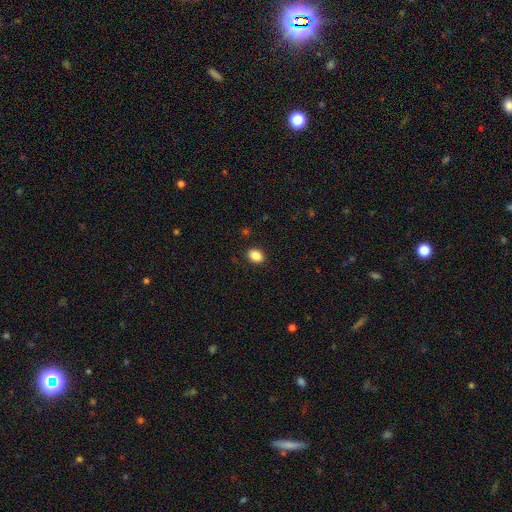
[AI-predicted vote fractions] This appears to be a smooth galaxy with no disk features (88%) that is in between round and cigar-shaped (74%). Merging: none (89%).